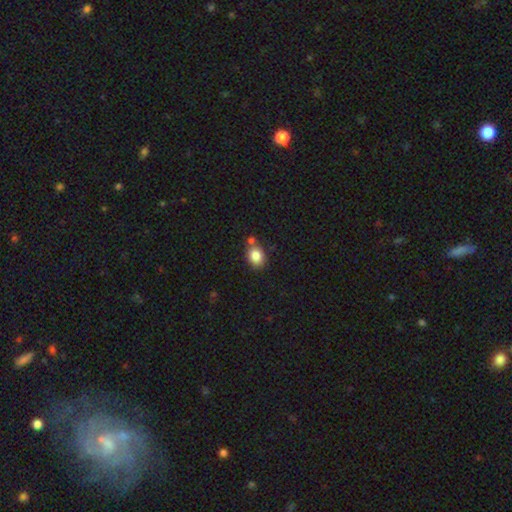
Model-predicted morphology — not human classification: Smooth or featured: smooth — 83% (star or artifact — 10%)
How rounded: in between — 50% (round — 49%)
Merging: none — 65% (merger — 16%)